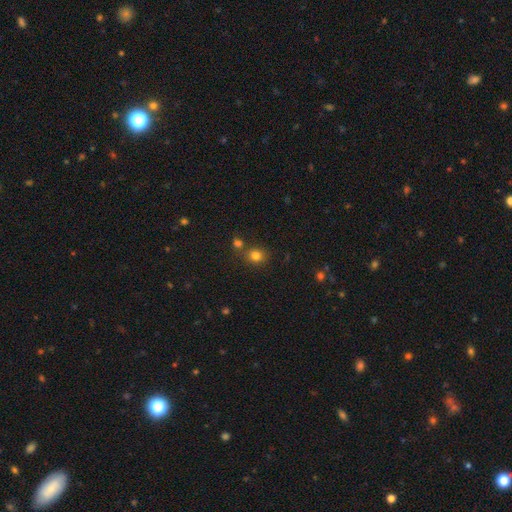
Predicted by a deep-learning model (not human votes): Q: Smooth or featured?
A: smooth (78%); runner-up: star or artifact (16%)
Q: How rounded?
A: round (82%); runner-up: in between (17%)
Q: Merging?
A: none (70%); runner-up: merger (17%)